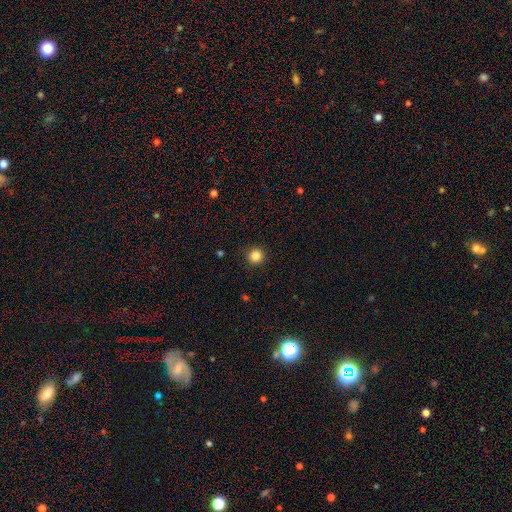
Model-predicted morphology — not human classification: A smooth galaxy with no disk features (84%) that is round (95%).

Vote fractions:
- Smooth or featured? smooth: 84% / star or artifact: 11% / featured or disk: 4%
- How rounded? round: 95% / in between: 4% / cigar-shaped: 1%
- Merging? none: 93% / minor disturbance: 5% / major disturbance: 2% / merger: 1%